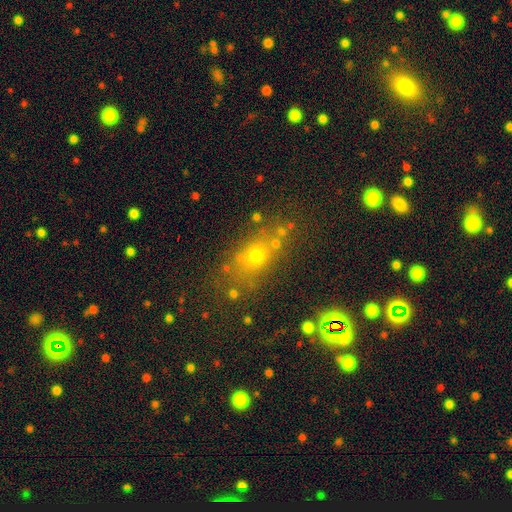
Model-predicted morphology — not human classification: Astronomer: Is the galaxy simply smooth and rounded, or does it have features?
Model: smooth — 59%.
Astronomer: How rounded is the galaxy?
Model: in between — 55% (runner-up: round, 36%).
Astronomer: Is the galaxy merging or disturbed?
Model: none — 71%.